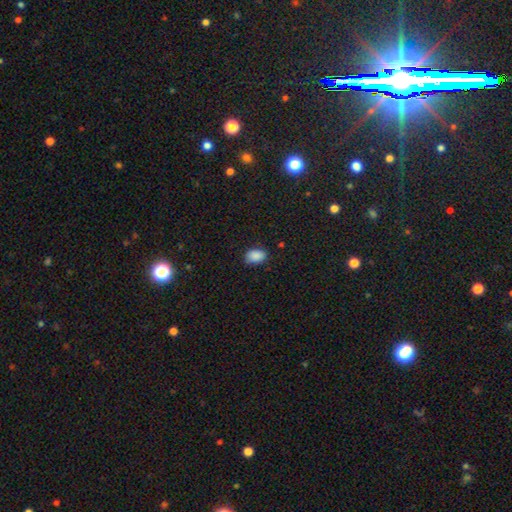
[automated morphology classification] Smooth or featured?
  - smooth: 89% *
  - star or artifact: 8%
  - featured or disk: 4%
How rounded?
  - in between: 86% *
  - round: 13%
  - cigar-shaped: 1%
Merging?
  - none: 81% *
  - minor disturbance: 15%
  - major disturbance: 3%
  - merger: 1%